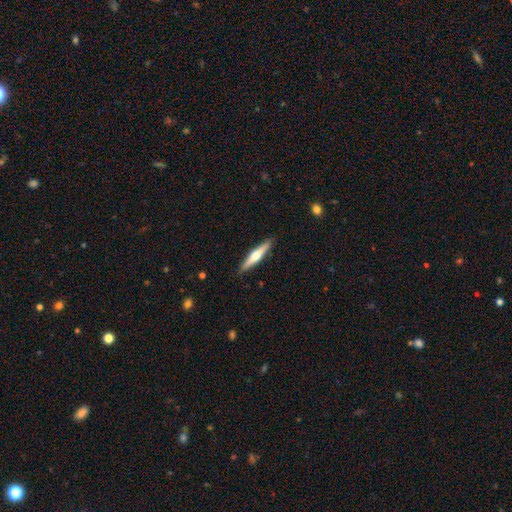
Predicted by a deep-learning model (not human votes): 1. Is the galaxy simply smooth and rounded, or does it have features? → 55% featured or disk, 40% smooth, 5% star or artifact.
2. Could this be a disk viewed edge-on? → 96% yes, 4% no.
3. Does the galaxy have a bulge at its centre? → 88% rounded, 7% none, 5% boxy.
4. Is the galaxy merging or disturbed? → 90% none, 7% minor disturbance, 1% major disturbance, 1% merger.